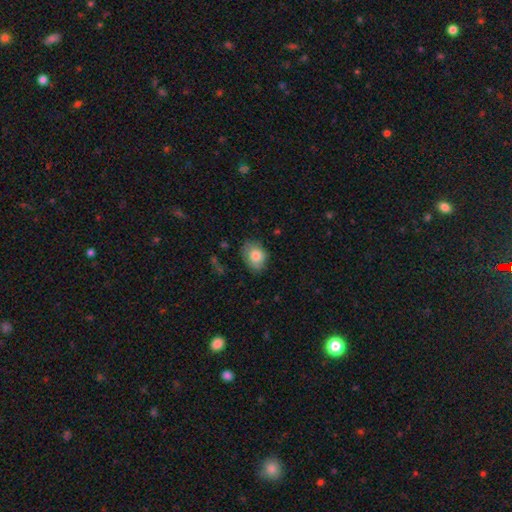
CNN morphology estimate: Smooth or featured? smooth (81%)
How rounded? in between (61%)
Merging? none (73%)